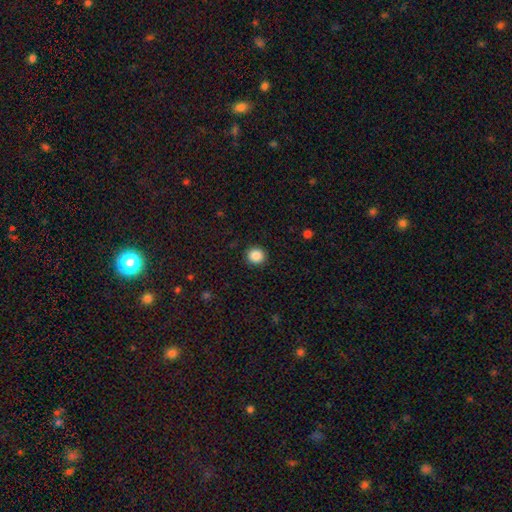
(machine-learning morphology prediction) smooth-or-featured: smooth: 87% | star or artifact: 10% | featured or disk: 3%
  how-rounded: round: 91% | in between: 8% | cigar-shaped: 1%
  merging: none: 92% | minor disturbance: 5% | major disturbance: 2% | merger: 1%